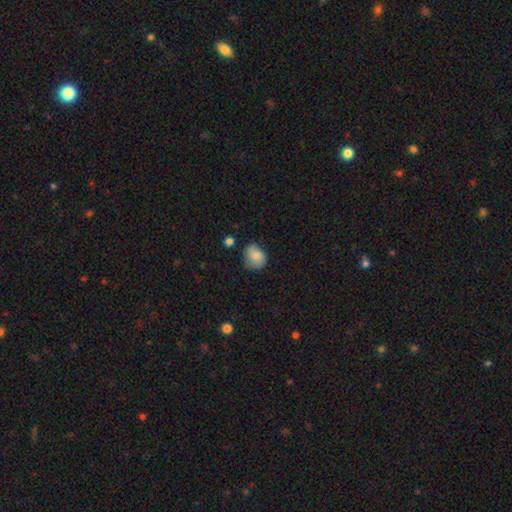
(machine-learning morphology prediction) smooth_or_featured: smooth (p=0.76) [alt: featured or disk p=0.15]
how_rounded: round (p=0.61) [alt: in between p=0.38]
merging: none (p=0.57) [alt: minor disturbance p=0.31]